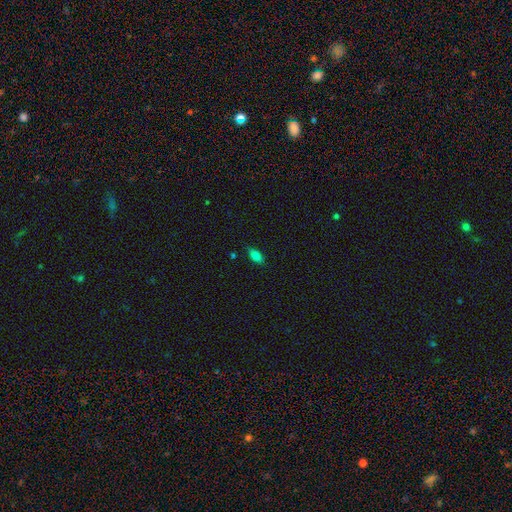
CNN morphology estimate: This is likely a smooth galaxy (79%). How rounded: clearly in between (87%). Merging: clearly none (82%).